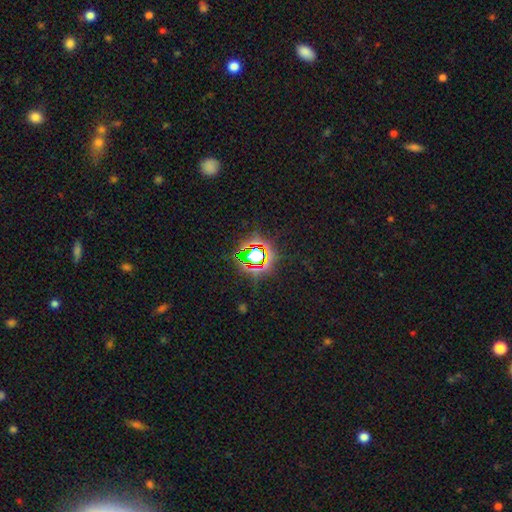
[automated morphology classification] star or artifact 75%, smooth 15%, featured or disk 10%.